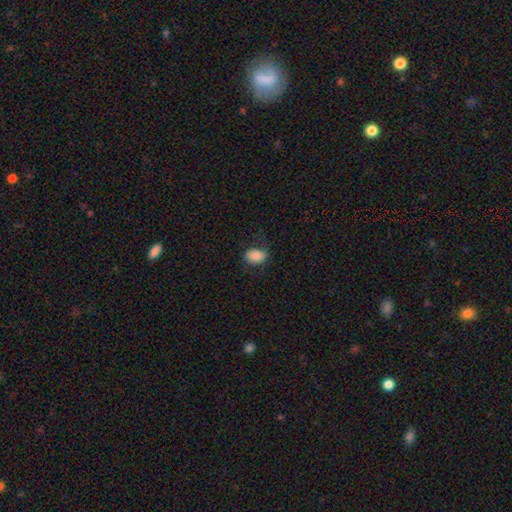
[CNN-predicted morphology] Overall: smooth (79%). How rounded: in between (78%). Merging: none (69%).